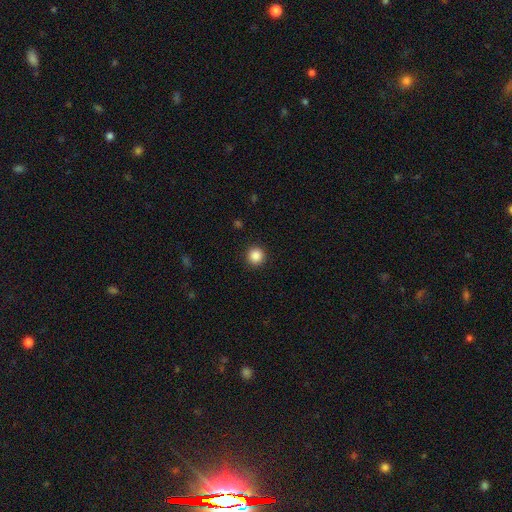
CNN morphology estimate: Smooth or featured? Predicted: smooth (p=0.87). How rounded? Predicted: round (p=0.95). Merging? Predicted: none (p=0.92).